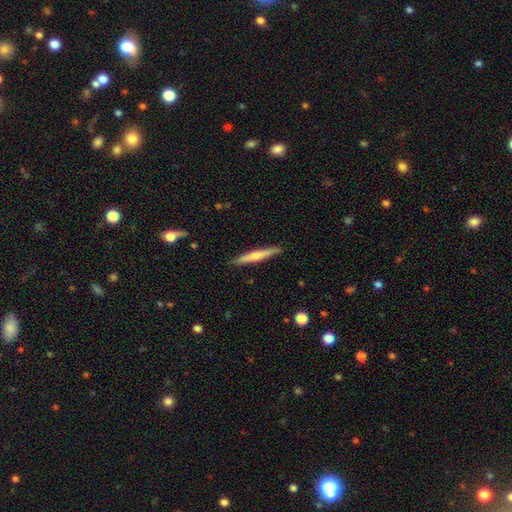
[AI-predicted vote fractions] Q: Smooth or featured?
A: smooth (53%); runner-up: featured or disk (41%)
Q: How rounded?
A: cigar-shaped (95%); runner-up: in between (4%)
Q: Merging?
A: none (89%); runner-up: minor disturbance (8%)